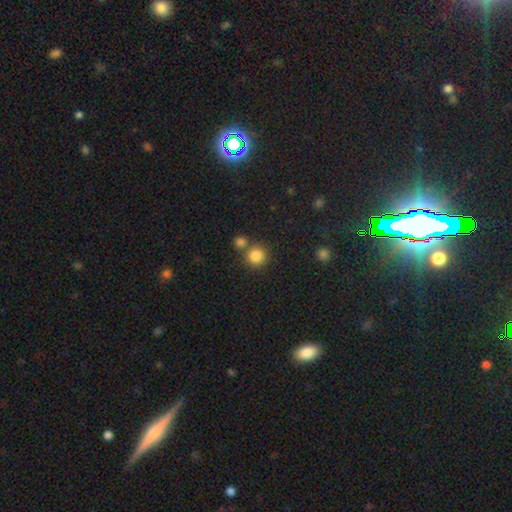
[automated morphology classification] Smooth or featured? smooth (84%)
How rounded? round (91%)
Merging? none (68%)